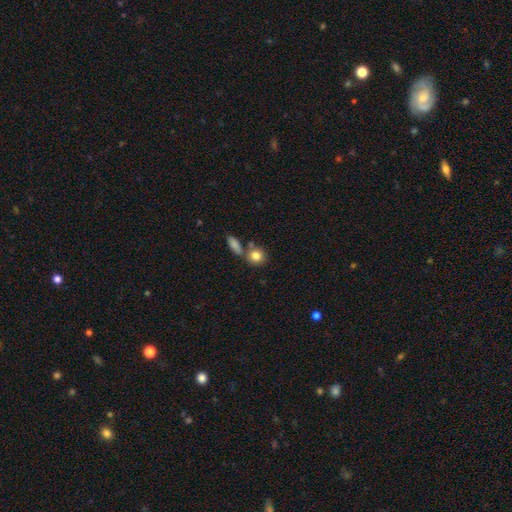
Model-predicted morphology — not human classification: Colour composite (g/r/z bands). It shows a smooth galaxy with no disk features (82%) that is round (77%). Merging: none (60%).